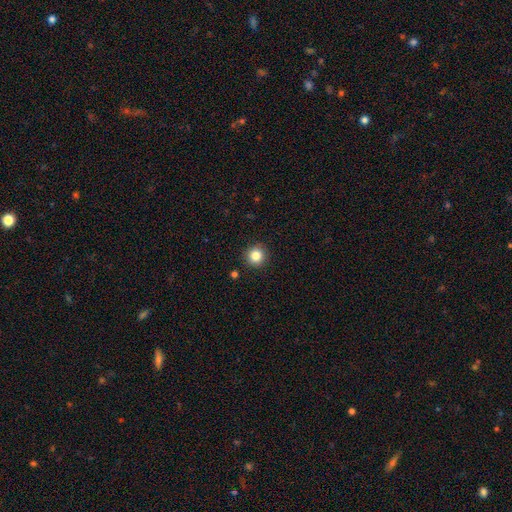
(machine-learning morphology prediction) A smooth galaxy with no disk features (84%) that is round (94%).

Vote fractions:
- Smooth or featured? smooth: 84% / star or artifact: 11% / featured or disk: 5%
- How rounded? round: 94% / in between: 5% / cigar-shaped: 1%
- Merging? none: 92% / minor disturbance: 5% / major disturbance: 2% / merger: 1%